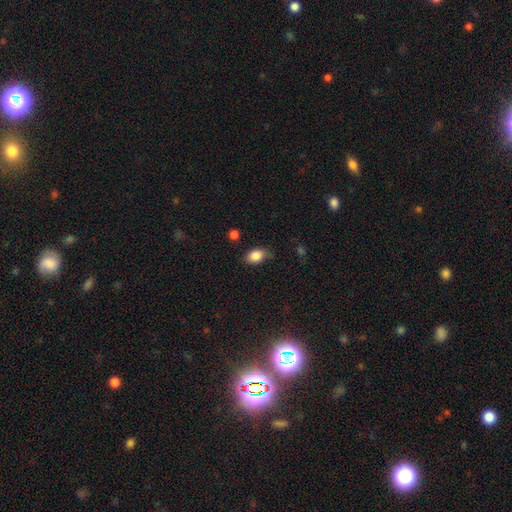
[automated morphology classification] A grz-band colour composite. It shows a smooth galaxy with no disk features (85%) that is in between round and cigar-shaped (80%). Merging: none (72%).